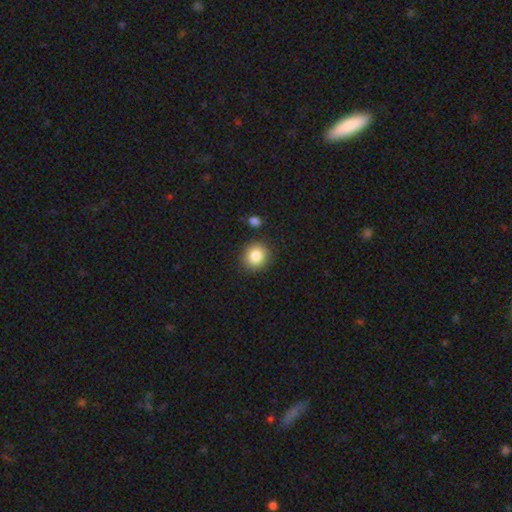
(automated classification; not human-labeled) A smooth galaxy with no disk features (84%) that is round (85%). Merging: none (87%).